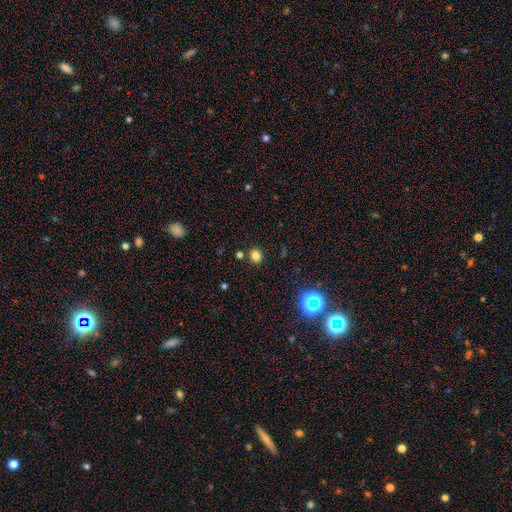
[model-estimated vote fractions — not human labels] The model was most divided on "how rounded": round: 63%, in between: 36%, cigar-shaped: 1%. More confident: merging — none (85%); smooth or featured — smooth (77%).